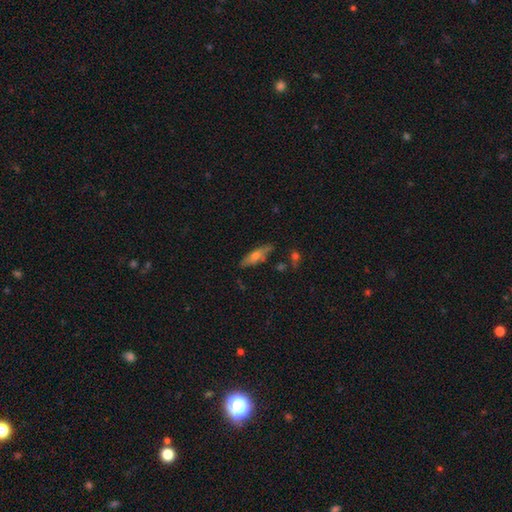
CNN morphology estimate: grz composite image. It shows a smooth galaxy with no disk features (48%). Merging: none (77%).